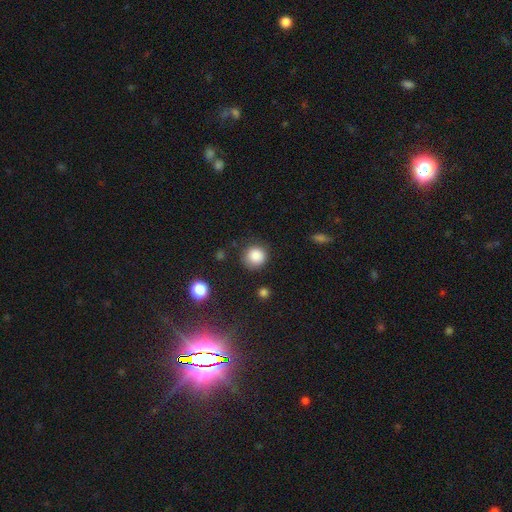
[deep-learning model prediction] Smooth or featured? Predicted: smooth (p=0.86). How rounded? Predicted: round (p=0.91). Merging? Predicted: none (p=0.80).